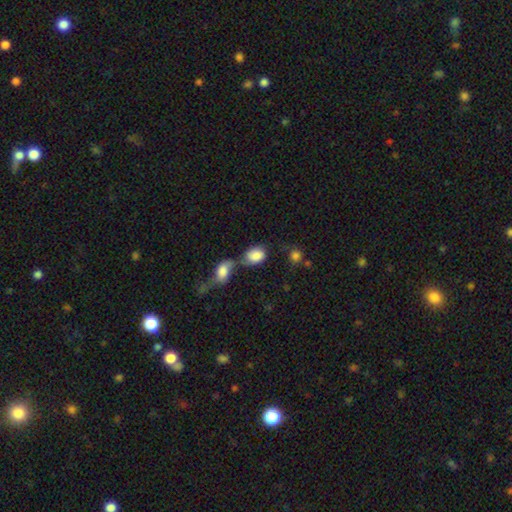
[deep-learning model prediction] Smooth or featured? smooth (81%)
How rounded? in between (66%)
Merging? merger (52%)